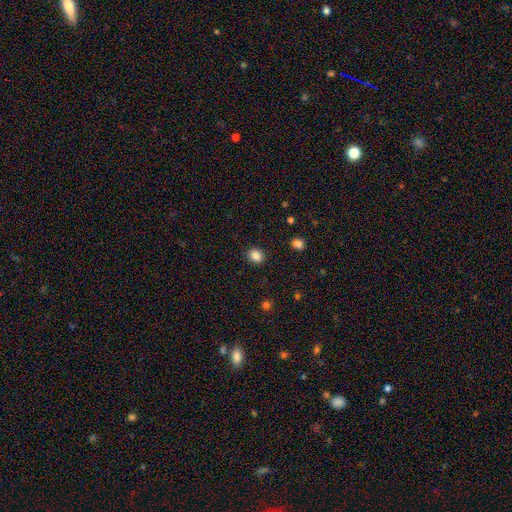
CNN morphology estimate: smooth_or_featured: smooth (p=0.87) [alt: star or artifact p=0.10]
how_rounded: round (p=0.59) [alt: in between p=0.40]
merging: none (p=0.89) [alt: minor disturbance p=0.08]